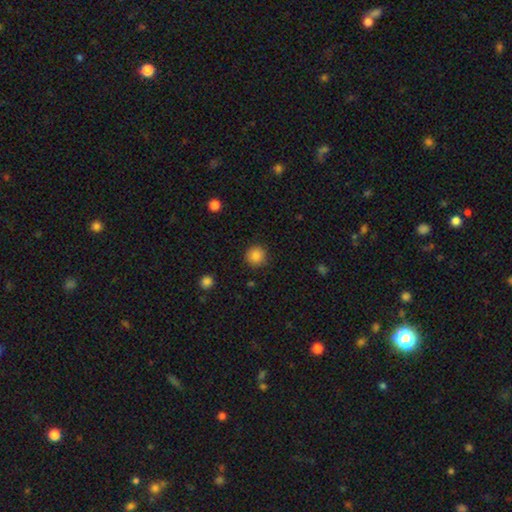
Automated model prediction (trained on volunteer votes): This is clearly a smooth galaxy (86%). How rounded: clearly round (94%). Merging: clearly none (90%).